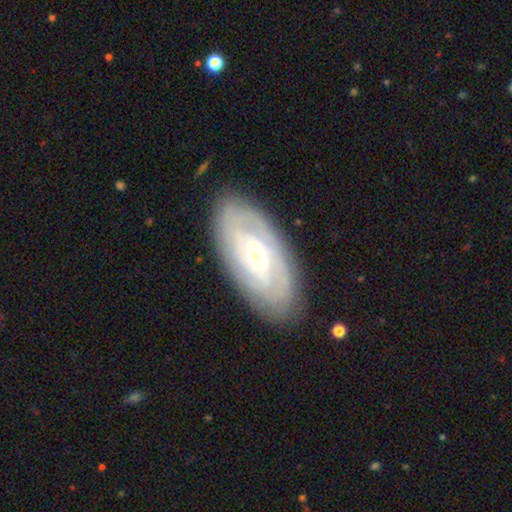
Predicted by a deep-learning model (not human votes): Smooth or featured?
  - featured or disk: 77% *
  - smooth: 17%
  - star or artifact: 6%
Edge-on disk?
  - no: 93% *
  - yes: 7%
Bar?
  - no: 69% *
  - weak: 23%
  - strong: 8%
Spiral arms?
  - yes: 86% *
  - no: 14%
Spiral winding?
  - tight: 75% *
  - medium: 20%
  - loose: 5%
Spiral arm count?
  - can't tell: 48% *
  - 2: 22%
  - 3: 13%
  - 4: 9%
  - more than 4: 5%
  - 1: 4%
Bulge size?
  - small: 70% *
  - moderate: 27%
  - large: 1%
  - none: 1%
  - dominant: 1%
Merging?
  - none: 84% *
  - minor disturbance: 12%
  - major disturbance: 3%
  - merger: 1%